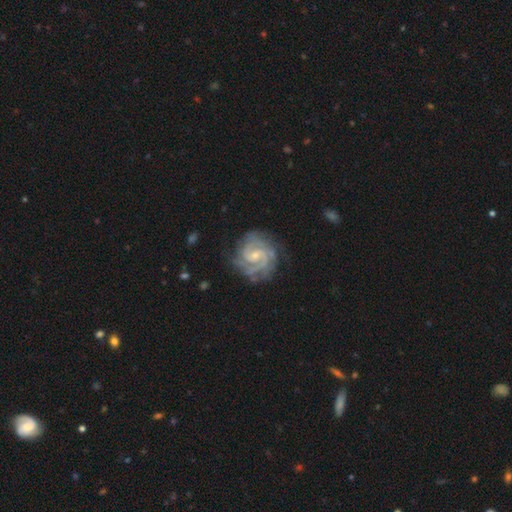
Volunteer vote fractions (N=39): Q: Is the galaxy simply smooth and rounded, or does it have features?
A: featured or disk — 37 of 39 (95%).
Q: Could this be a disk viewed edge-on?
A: no — 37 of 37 (100%).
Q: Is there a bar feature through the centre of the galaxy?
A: no — 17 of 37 (46%).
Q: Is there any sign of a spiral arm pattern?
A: yes — 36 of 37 (97%).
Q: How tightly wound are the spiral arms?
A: tight — 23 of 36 (64%).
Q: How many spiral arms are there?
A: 2 — 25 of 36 (69%).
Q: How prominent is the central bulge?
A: small — 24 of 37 (65%).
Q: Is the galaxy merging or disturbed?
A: none — 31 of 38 (82%).